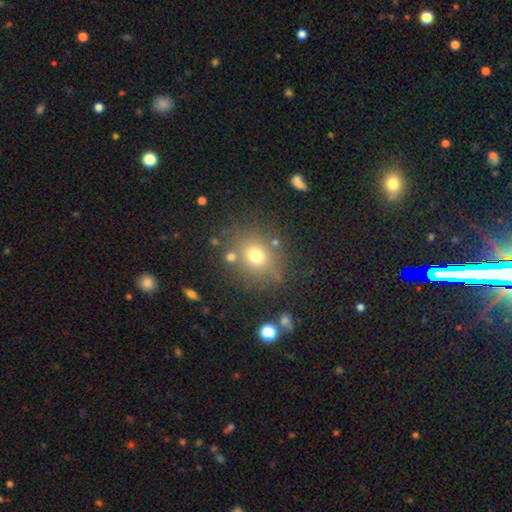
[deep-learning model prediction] smooth-or-featured: smooth: 69% | star or artifact: 18% | featured or disk: 13%
  how-rounded: round: 72% | in between: 27% | cigar-shaped: 1%
  merging: none: 76% | minor disturbance: 12% | merger: 7% | major disturbance: 5%